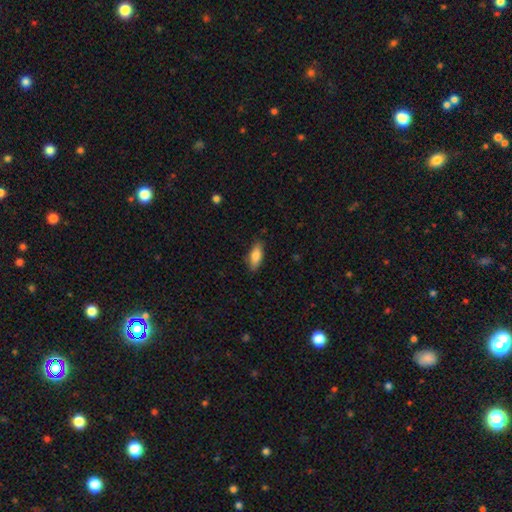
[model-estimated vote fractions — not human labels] smooth 80%, featured or disk 13%, star or artifact 7%. Down the decision tree: how rounded — in between (77%); merging — none (83%).